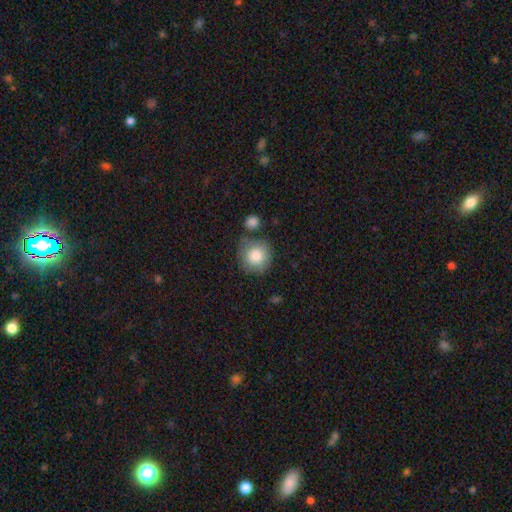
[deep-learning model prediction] smooth-or-featured: smooth: 83% | featured or disk: 9% | star or artifact: 7%
  how-rounded: round: 91% | in between: 8% | cigar-shaped: 1%
  merging: none: 67% | minor disturbance: 16% | merger: 11% | major disturbance: 5%